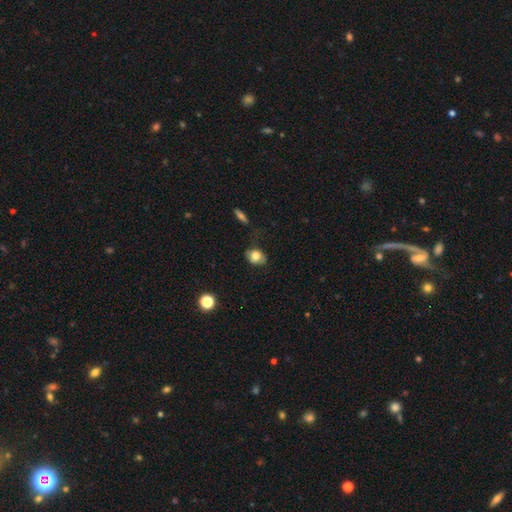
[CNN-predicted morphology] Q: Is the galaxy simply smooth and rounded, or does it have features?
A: smooth — 72%.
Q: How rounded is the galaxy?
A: in between — 60%.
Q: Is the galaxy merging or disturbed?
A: none — 62%.